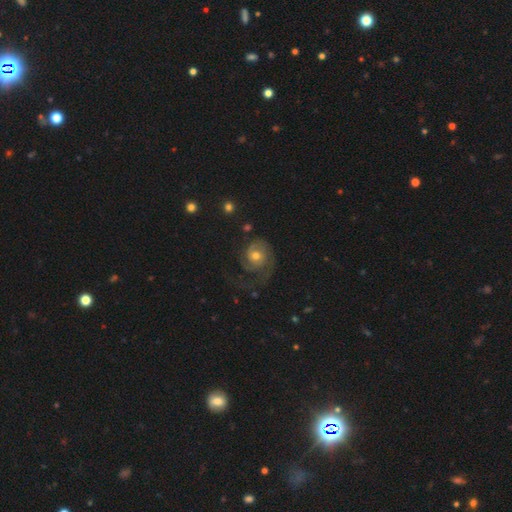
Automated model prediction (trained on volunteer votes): Smooth or featured?
  - featured or disk: 78% *
  - smooth: 15%
  - star or artifact: 6%
Edge-on disk?
  - no: 98% *
  - yes: 2%
Bar?
  - no: 76% *
  - weak: 20%
  - strong: 4%
Spiral arms?
  - yes: 94% *
  - no: 6%
Spiral winding?
  - tight: 46% *
  - medium: 37%
  - loose: 17%
Spiral arm count?
  - 2: 46% *
  - 1: 25%
  - can't tell: 14%
  - 3: 10%
  - 4: 3%
  - more than 4: 3%
Bulge size?
  - moderate: 65% *
  - small: 28%
  - large: 5%
  - none: 1%
  - dominant: 1%
Merging?
  - none: 51% *
  - major disturbance: 28%
  - minor disturbance: 19%
  - merger: 2%